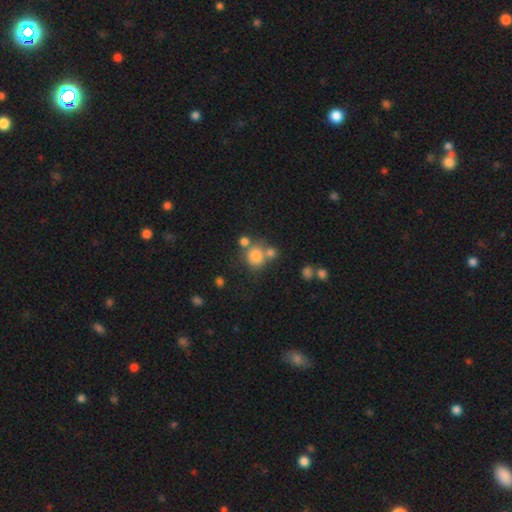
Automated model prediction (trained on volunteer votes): Smooth or featured? Predicted: smooth (p=0.78). How rounded? Predicted: round (p=0.84). Merging? Predicted: none (p=0.54).